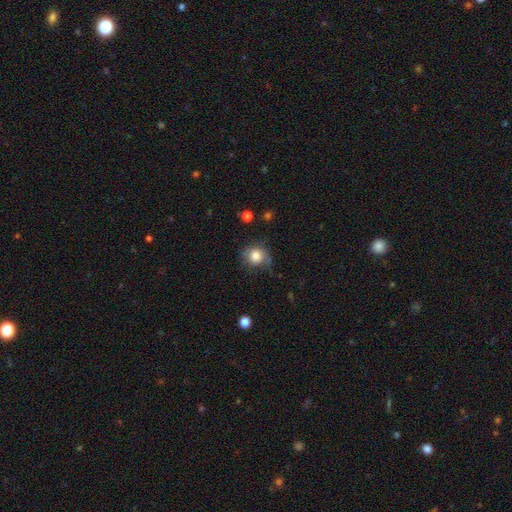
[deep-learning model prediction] The model was most divided on "merging": none: 65%, minor disturbance: 23%, major disturbance: 8%, merger: 3%. More confident: how rounded — round (84%); smooth or featured — smooth (80%).